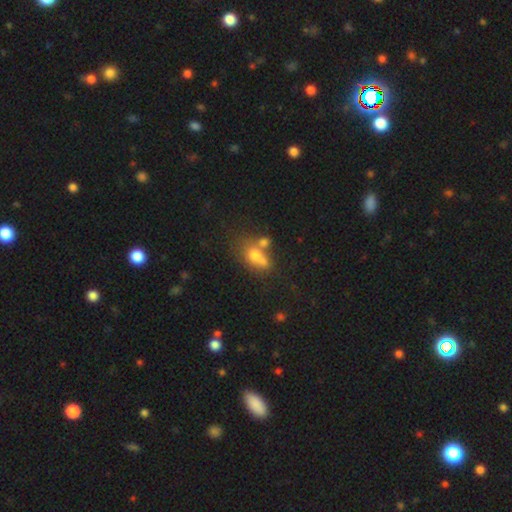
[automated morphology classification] Smooth or featured? smooth (66%)
How rounded? in between (66%)
Merging? merger (46%)